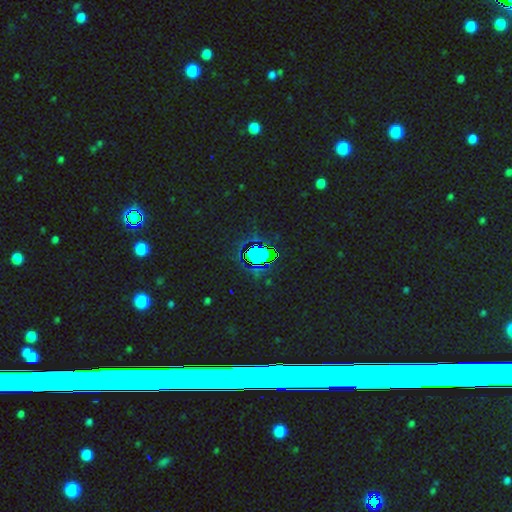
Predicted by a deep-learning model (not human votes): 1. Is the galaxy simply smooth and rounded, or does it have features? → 74% star or artifact, 17% smooth, 10% featured or disk.